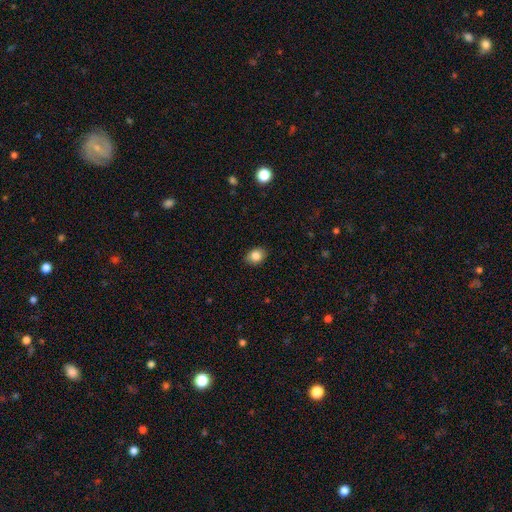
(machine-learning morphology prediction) A smooth galaxy with no disk features (85%) that is in between round and cigar-shaped (60%). Merging: none (87%).